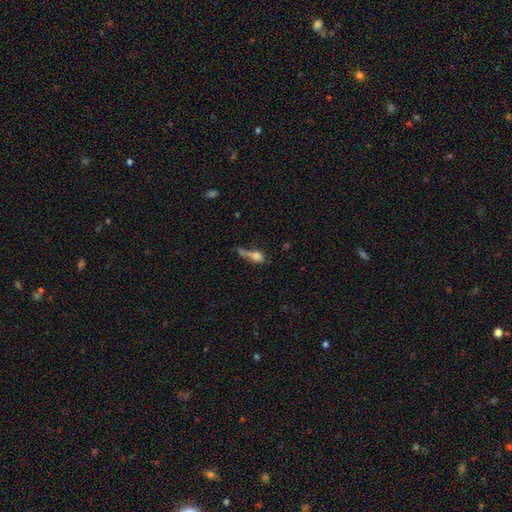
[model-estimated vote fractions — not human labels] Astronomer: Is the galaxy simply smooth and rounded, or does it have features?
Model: smooth — 66%.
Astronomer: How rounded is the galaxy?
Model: in between — 60%.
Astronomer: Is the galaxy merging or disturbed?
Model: merger — 38% (runner-up: major disturbance, 24%).